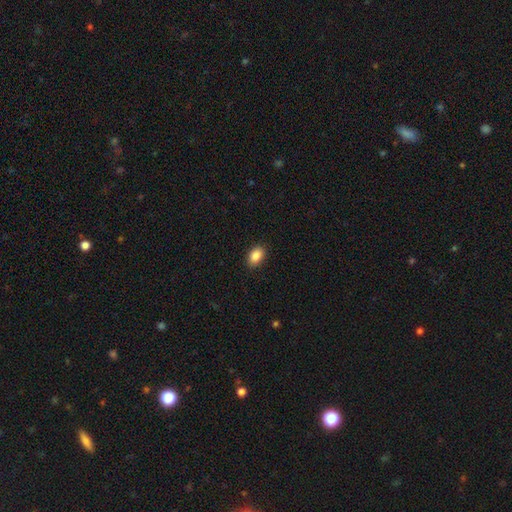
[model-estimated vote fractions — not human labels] A smooth galaxy with no disk features (88%) that is in between round and cigar-shaped (87%). Merging: none (89%).